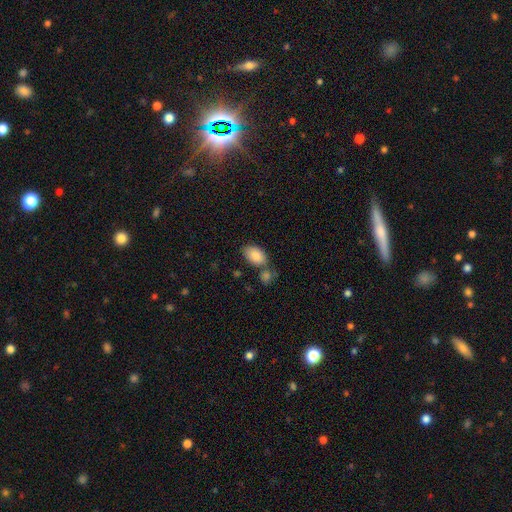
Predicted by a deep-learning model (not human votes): This appears to be a smooth galaxy with no disk features (86%) that is in between round and cigar-shaped (92%). Merging: none (57%).